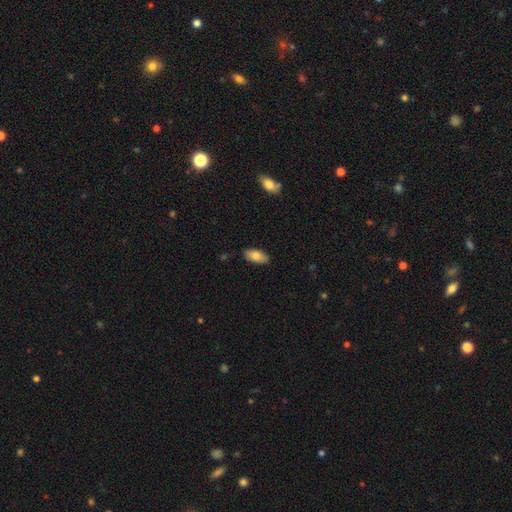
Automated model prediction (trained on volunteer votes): Smooth or featured? smooth (80%)
How rounded? in between (93%)
Merging? none (87%)